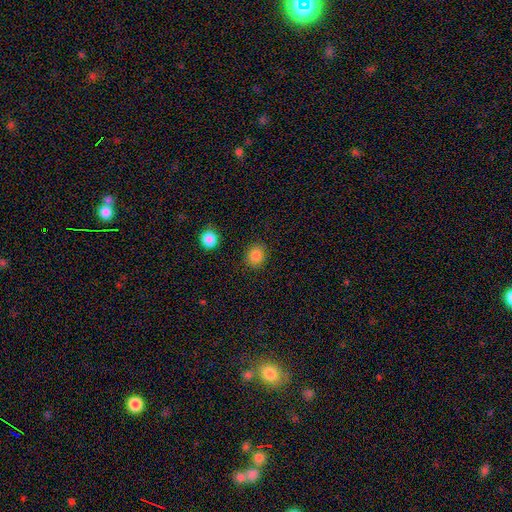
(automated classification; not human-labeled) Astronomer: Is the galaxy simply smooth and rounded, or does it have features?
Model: smooth — 85%.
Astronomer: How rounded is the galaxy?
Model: round — 74%.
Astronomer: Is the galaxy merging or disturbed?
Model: none — 87%.